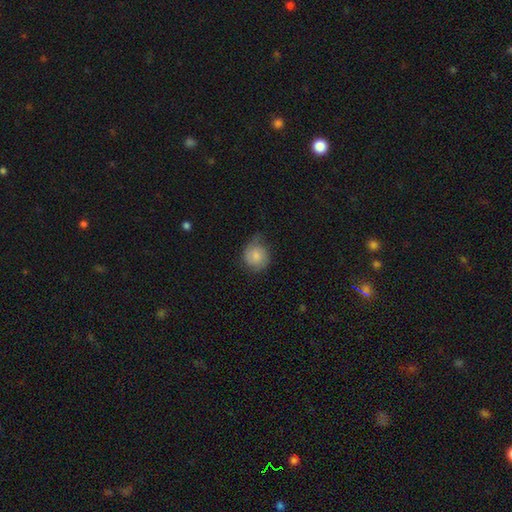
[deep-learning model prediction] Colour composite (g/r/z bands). It shows a smooth galaxy with no disk features (79%) that is round (83%). Merging: none (52%).